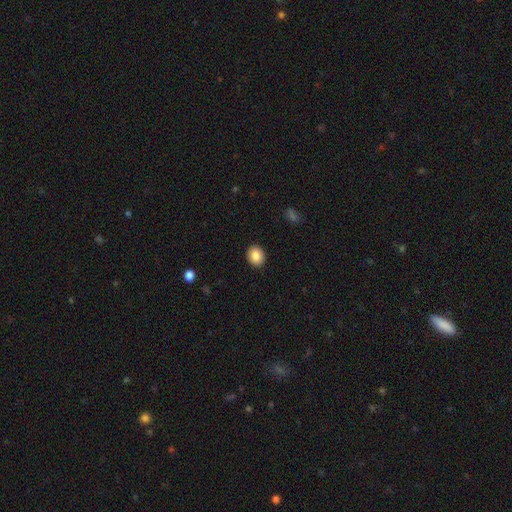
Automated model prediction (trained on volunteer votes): Morphology: type=smooth (87%); roundness=round (61%); merging=none (91%).